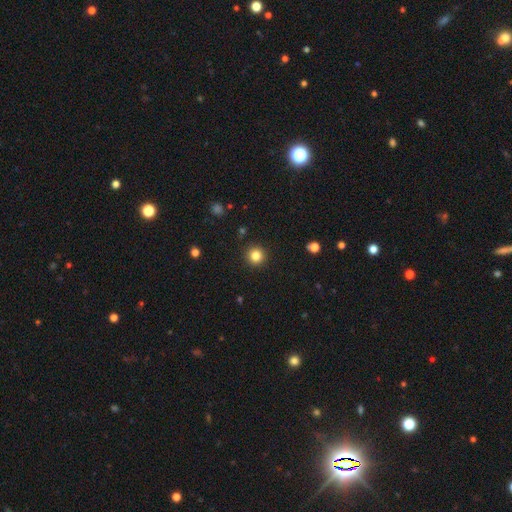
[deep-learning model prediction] A smooth galaxy with no disk features (83%) that is round (95%). Merging: none (92%).